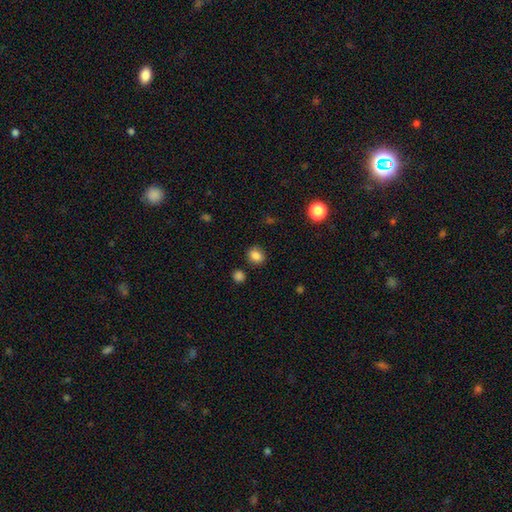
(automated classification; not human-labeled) smooth-or-featured: smooth: 85% | star or artifact: 11% | featured or disk: 4%
  how-rounded: round: 67% | in between: 32% | cigar-shaped: 1%
  merging: none: 83% | minor disturbance: 10% | merger: 4% | major disturbance: 3%